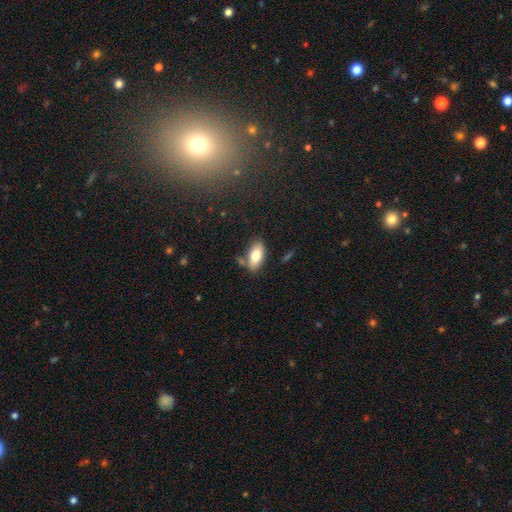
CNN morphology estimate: type=smooth (78%); roundness=in between (92%); merging=none (71%).